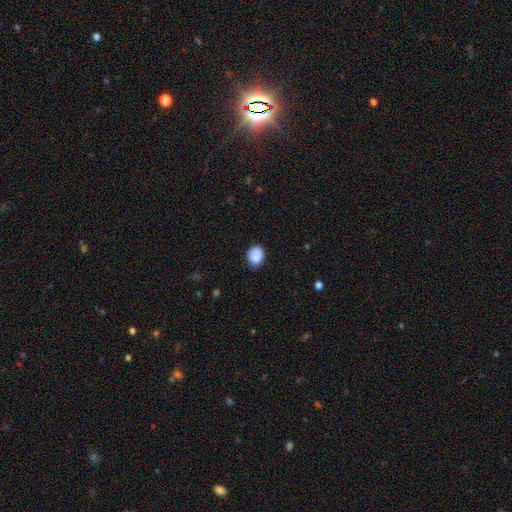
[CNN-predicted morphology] smooth-or-featured: smooth: 85% | star or artifact: 8% | featured or disk: 7%
  how-rounded: round: 55% | in between: 44% | cigar-shaped: 1%
  merging: none: 72% | minor disturbance: 22% | major disturbance: 4% | merger: 2%